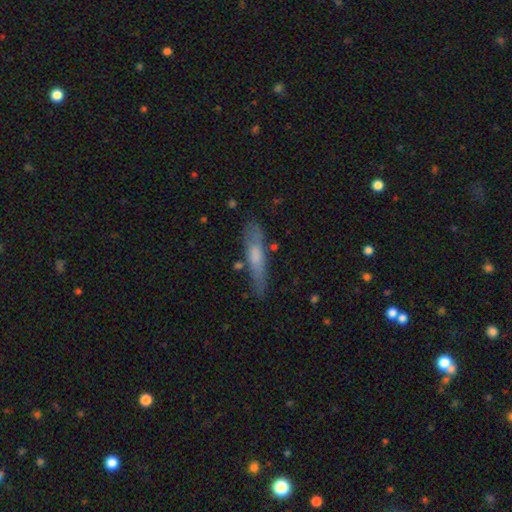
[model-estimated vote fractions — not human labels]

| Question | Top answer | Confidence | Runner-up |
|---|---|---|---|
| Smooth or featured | smooth | 60% | featured or disk (34%) |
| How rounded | cigar-shaped | 84% | in between (15%) |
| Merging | none | 70% | minor disturbance (20%) |